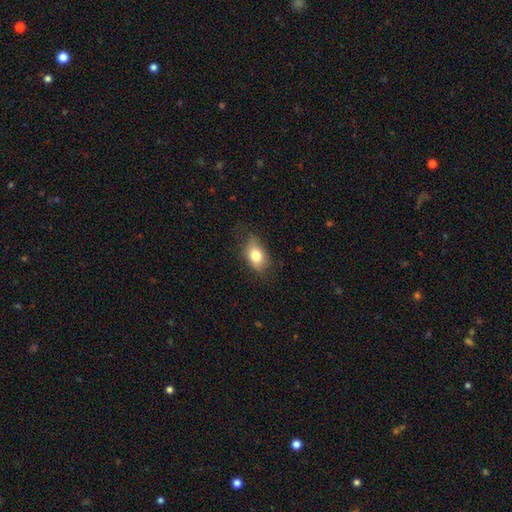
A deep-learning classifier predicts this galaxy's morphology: smooth_or_featured: smooth (p=0.78) [alt: featured or disk p=0.13]
how_rounded: in between (p=0.82) [alt: round p=0.16]
merging: none (p=0.70) [alt: minor disturbance p=0.22]